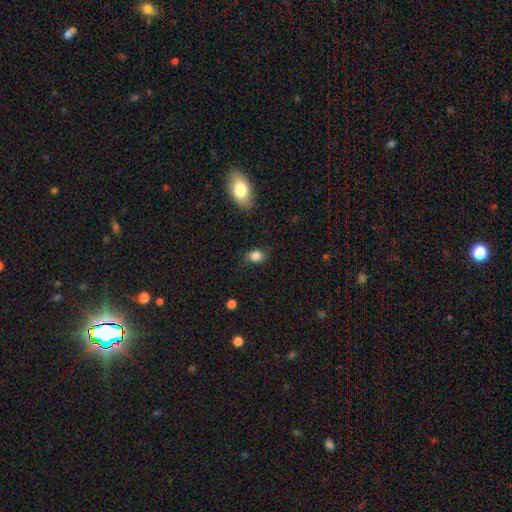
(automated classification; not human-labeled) smooth-or-featured: smooth: 84% | star or artifact: 9% | featured or disk: 7%
  how-rounded: in between: 72% | round: 27% | cigar-shaped: 2%
  merging: none: 72% | minor disturbance: 21% | major disturbance: 6% | merger: 2%